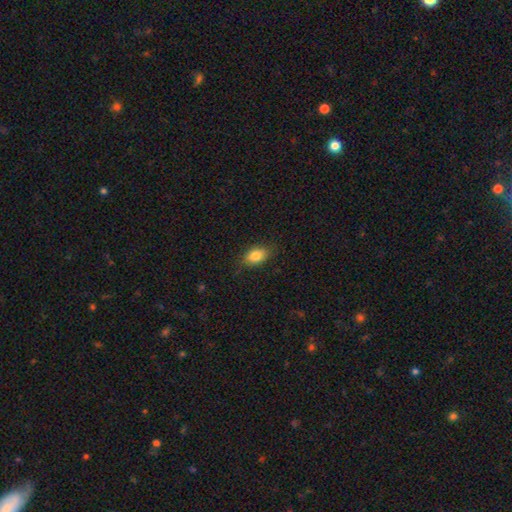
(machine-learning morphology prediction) The model was most divided on "merging": none: 81%, minor disturbance: 14%, major disturbance: 3%, merger: 1%. More confident: how rounded — in between (84%); smooth or featured — smooth (84%).